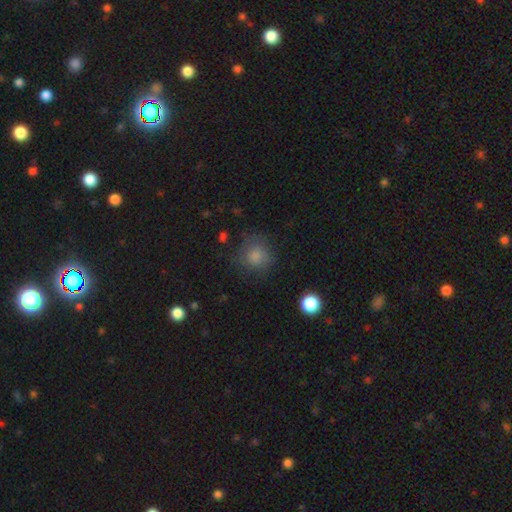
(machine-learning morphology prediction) A smooth galaxy with no disk features (81%) that is round (86%). Merging: none (69%).